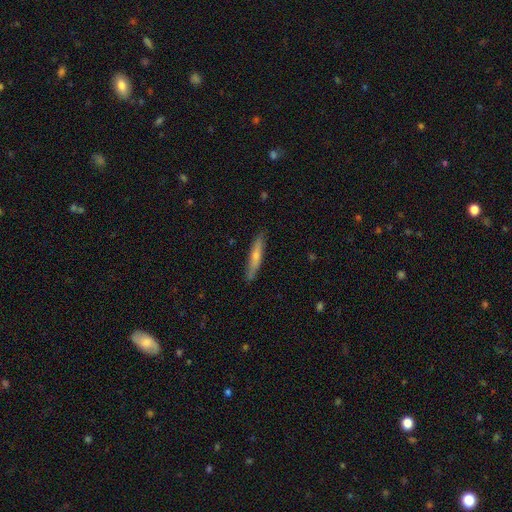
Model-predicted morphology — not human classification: smooth 48%, featured or disk 46%, star or artifact 6%. Down the decision tree: merging — none (88%).